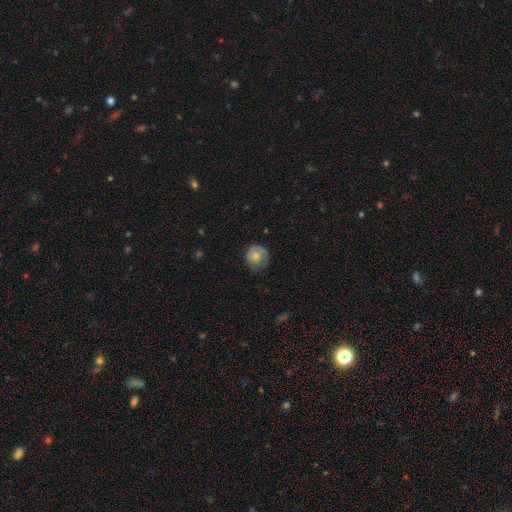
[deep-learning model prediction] smooth_or_featured: smooth (p=0.69) [alt: featured or disk p=0.24]
how_rounded: round (p=0.89) [alt: in between p=0.11]
merging: none (p=0.70) [alt: minor disturbance p=0.22]